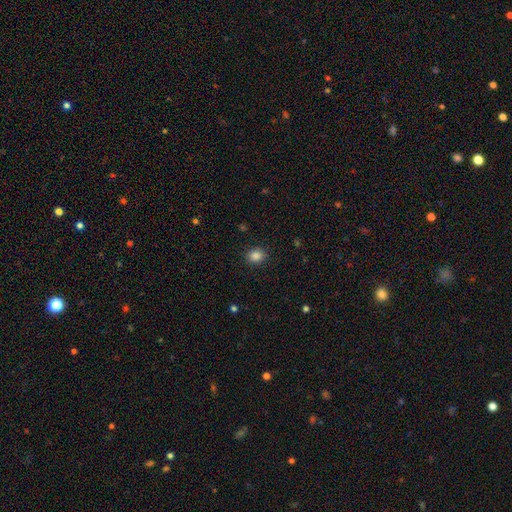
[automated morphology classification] The model was most divided on "how rounded": round: 59%, in between: 40%, cigar-shaped: 1%. More confident: merging — none (89%); smooth or featured — smooth (86%).